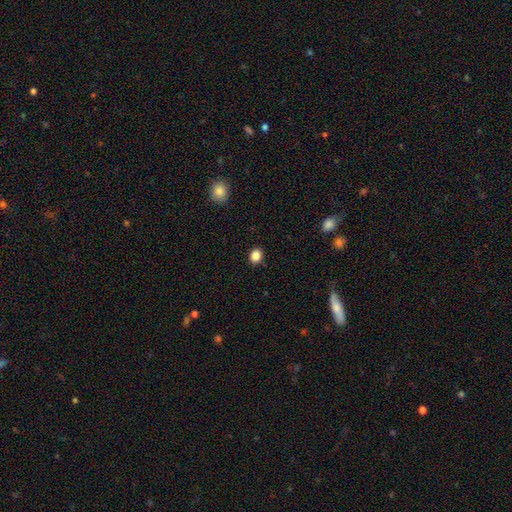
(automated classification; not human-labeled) smooth_or_featured: smooth (p=0.86) [alt: star or artifact p=0.10]
how_rounded: in between (p=0.50) [alt: round p=0.49]
merging: none (p=0.90) [alt: minor disturbance p=0.07]